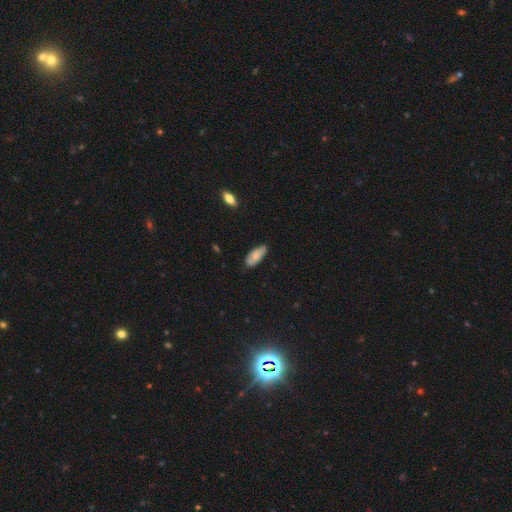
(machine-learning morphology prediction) Smooth or featured? smooth (74%)
How rounded? in between (86%)
Merging? none (78%)